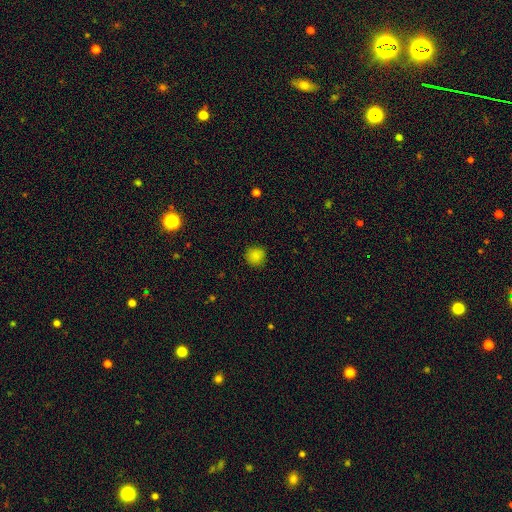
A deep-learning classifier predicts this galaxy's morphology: This is clearly a smooth galaxy (84%). How rounded: clearly round (93%). Merging: clearly none (89%).